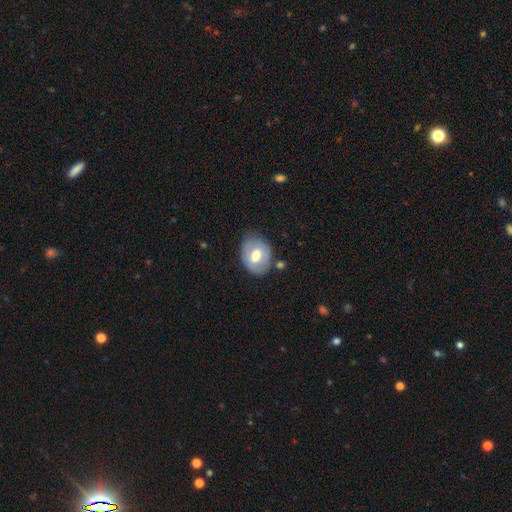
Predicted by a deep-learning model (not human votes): Smooth or featured? smooth (62%)
How rounded? in between (66%)
Merging? none (69%)